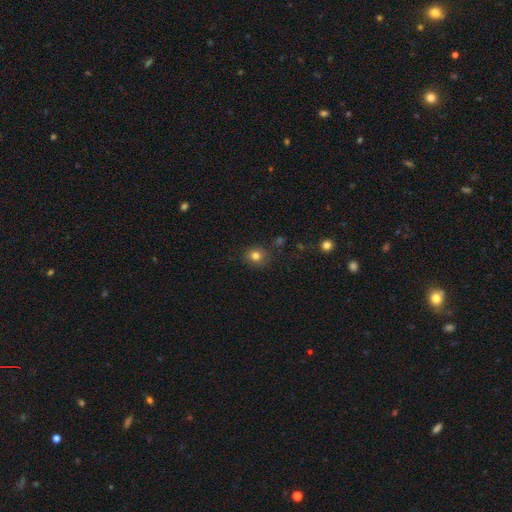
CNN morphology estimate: The model was most divided on "how rounded": round: 78%, in between: 21%, cigar-shaped: 1%. More confident: merging — none (81%); smooth or featured — smooth (80%).